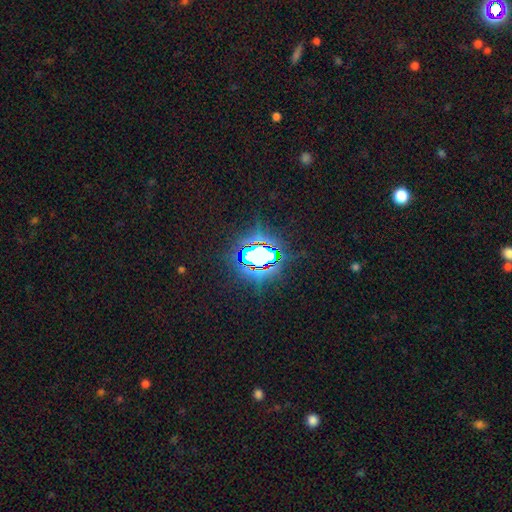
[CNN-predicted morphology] Overall: star or artifact (75%).